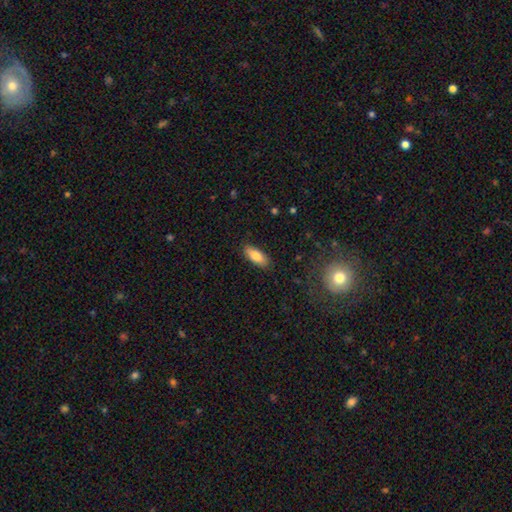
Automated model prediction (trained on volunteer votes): Morphology: type=smooth (81%); roundness=in between (80%); merging=none (87%).